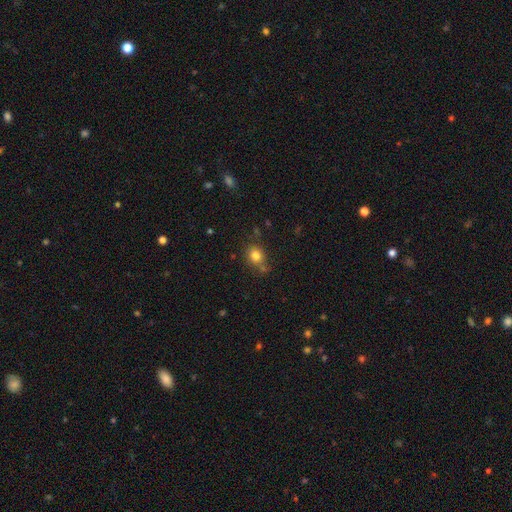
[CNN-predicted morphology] smooth 81%, star or artifact 12%, featured or disk 7%. Down the decision tree: how rounded — round (70%); merging — none (72%).